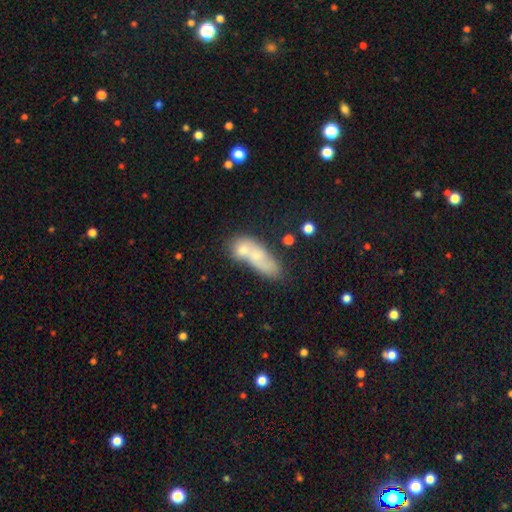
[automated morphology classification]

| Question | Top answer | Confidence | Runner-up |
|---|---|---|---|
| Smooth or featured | smooth | 61% | featured or disk (29%) |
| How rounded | in between | 62% | cigar-shaped (31%) |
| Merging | merger | 51% | none (28%) |